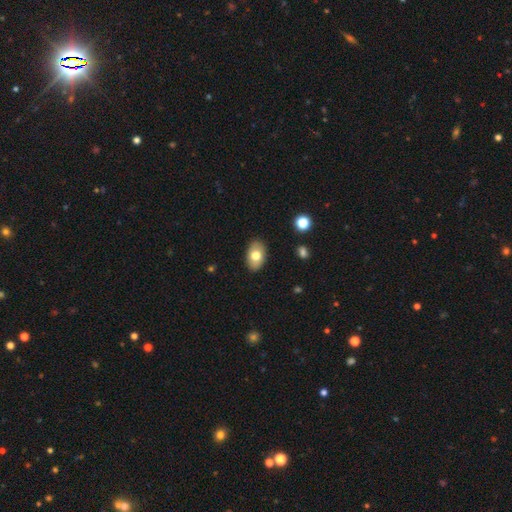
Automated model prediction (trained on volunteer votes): A smooth galaxy with no disk features (74%) that is in between round and cigar-shaped (90%).

Vote fractions:
- Smooth or featured? smooth: 74% / featured or disk: 18% / star or artifact: 7%
- How rounded? in between: 90% / round: 9% / cigar-shaped: 1%
- Merging? none: 87% / minor disturbance: 10% / major disturbance: 2% / merger: 1%